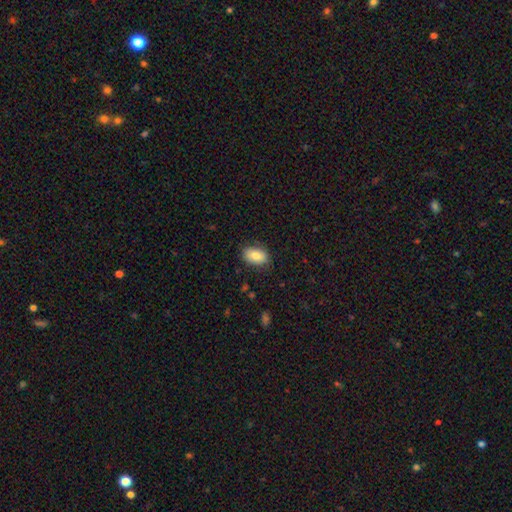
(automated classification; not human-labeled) This is clearly a smooth galaxy (82%). How rounded: clearly in between (88%). Merging: clearly none (84%).